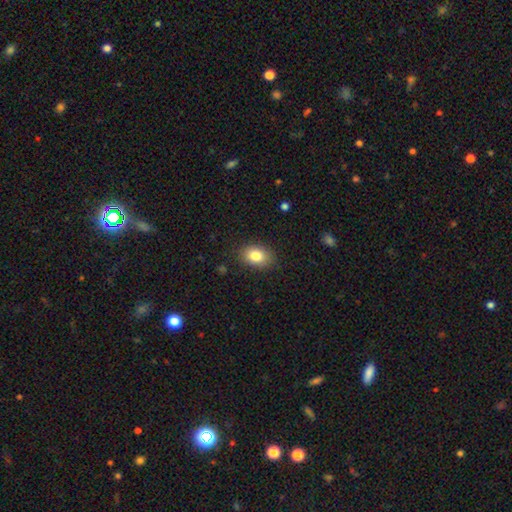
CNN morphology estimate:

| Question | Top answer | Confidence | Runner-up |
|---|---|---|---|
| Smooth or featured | smooth | 82% | featured or disk (9%) |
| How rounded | in between | 76% | round (23%) |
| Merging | none | 86% | minor disturbance (10%) |